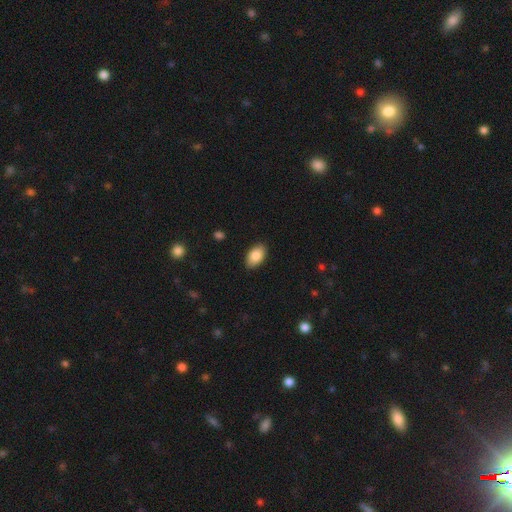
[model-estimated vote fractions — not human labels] Smooth or featured?
  - smooth: 85% *
  - featured or disk: 8%
  - star or artifact: 7%
How rounded?
  - in between: 93% *
  - round: 6%
  - cigar-shaped: 1%
Merging?
  - none: 88% *
  - minor disturbance: 9%
  - major disturbance: 2%
  - merger: 1%